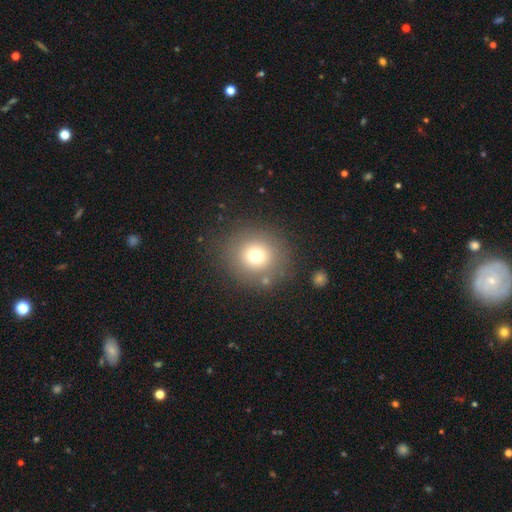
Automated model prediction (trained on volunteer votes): The model was most divided on "smooth or featured": smooth: 71%, star or artifact: 16%, featured or disk: 13%. More confident: how rounded — round (91%); merging — none (84%).